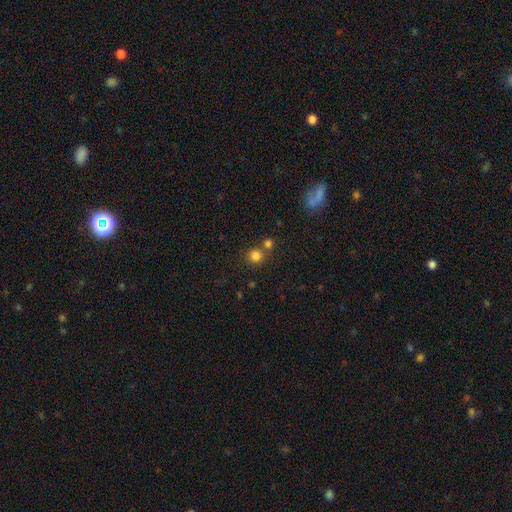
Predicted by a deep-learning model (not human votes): Morphology: type=smooth (81%); roundness=round (91%); merging=none (68%).